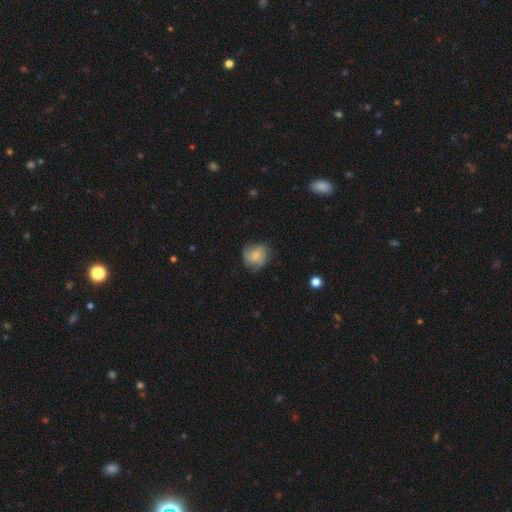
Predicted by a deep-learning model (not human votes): This appears to be a smooth galaxy with no disk features (65%) that is round (79%). Merging: none (64%).